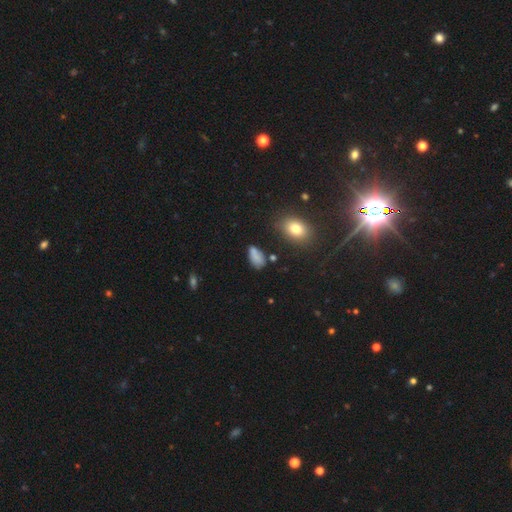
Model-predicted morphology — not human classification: The model was most divided on "merging": none: 58%, minor disturbance: 26%, major disturbance: 9%, merger: 7%. More confident: how rounded — in between (89%); smooth or featured — smooth (76%).